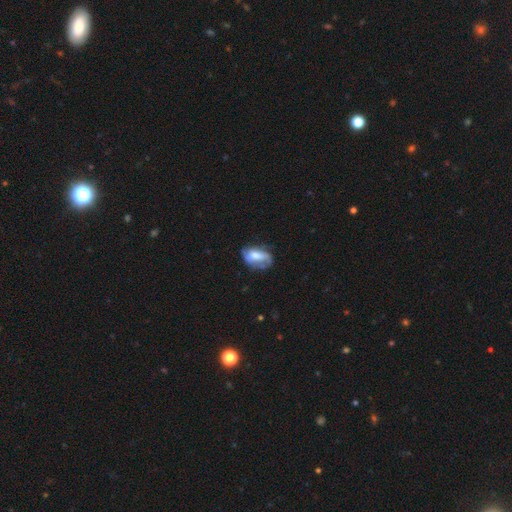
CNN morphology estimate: Q: Smooth or featured?
A: featured or disk (50%); runner-up: smooth (43%)
Q: Merging?
A: none (47%); runner-up: minor disturbance (30%)